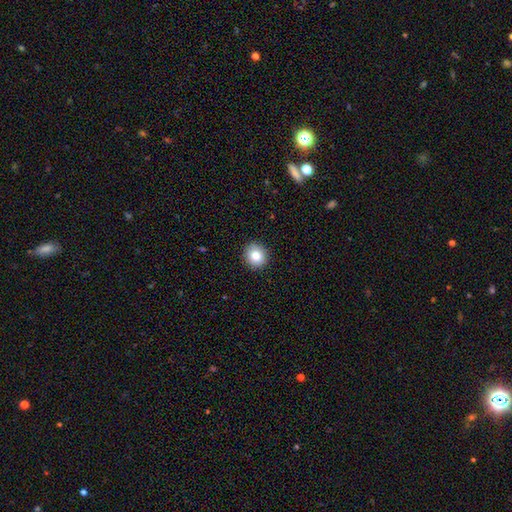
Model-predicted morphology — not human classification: A smooth galaxy with no disk features (82%) that is round (82%).

Vote fractions:
- Smooth or featured? smooth: 82% / star or artifact: 9% / featured or disk: 8%
- How rounded? round: 82% / in between: 18% / cigar-shaped: 1%
- Merging? none: 91% / minor disturbance: 6% / major disturbance: 2% / merger: 1%